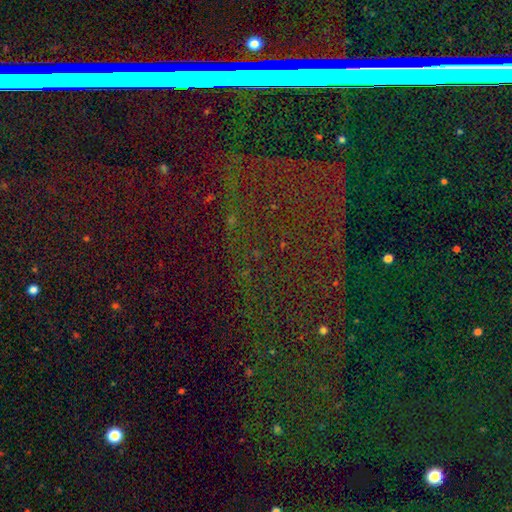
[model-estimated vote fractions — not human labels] A star or artifact, not a galaxy (82%).

Vote fractions:
- Smooth or featured? star or artifact: 82% / featured or disk: 9% / smooth: 9%